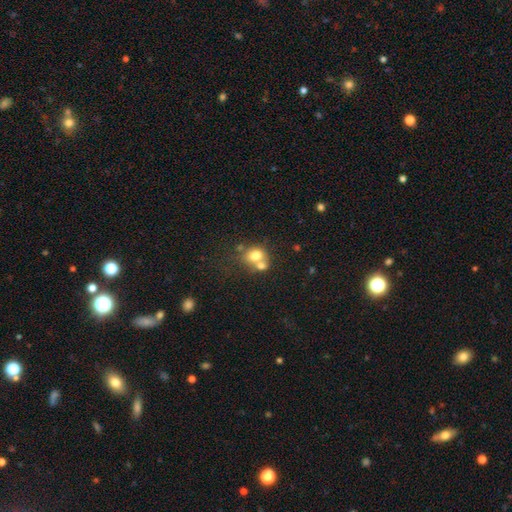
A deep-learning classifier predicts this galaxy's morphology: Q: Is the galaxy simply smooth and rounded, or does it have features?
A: smooth — 71%.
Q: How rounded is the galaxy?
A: round — 65%.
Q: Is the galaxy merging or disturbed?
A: merger — 51%.